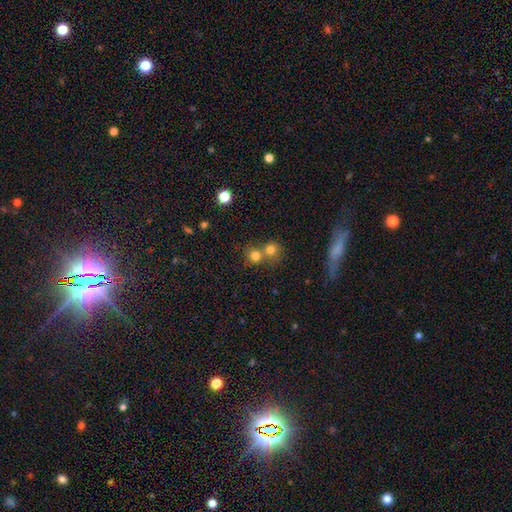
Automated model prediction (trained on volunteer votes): The model was most divided on "merging": merger: 47%, none: 45%, minor disturbance: 6%, major disturbance: 3%. More confident: how rounded — round (87%); smooth or featured — smooth (77%).